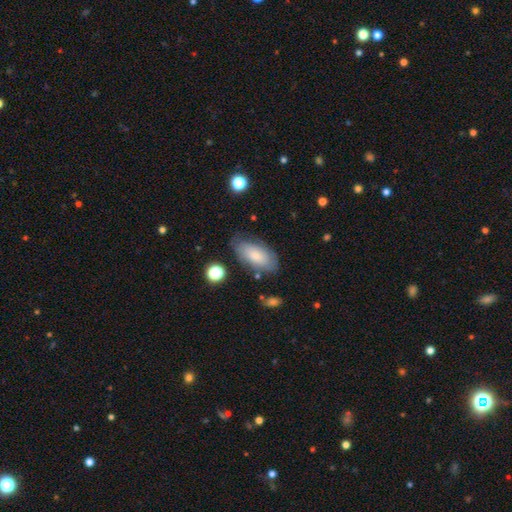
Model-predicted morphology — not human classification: Overall: smooth (70%). How rounded: in between (91%). Merging: none (70%).